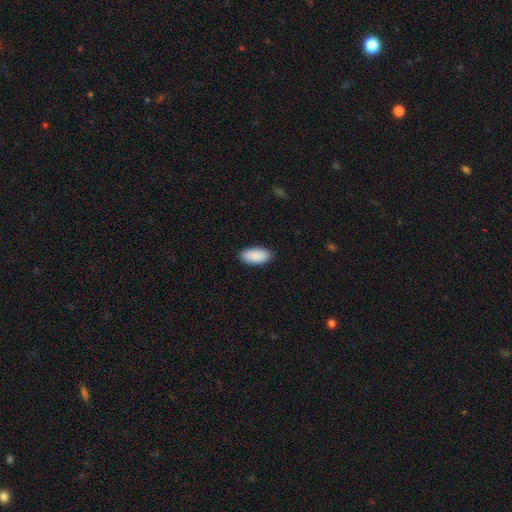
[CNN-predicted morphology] type=smooth (91%); roundness=in between (95%); merging=none (89%).